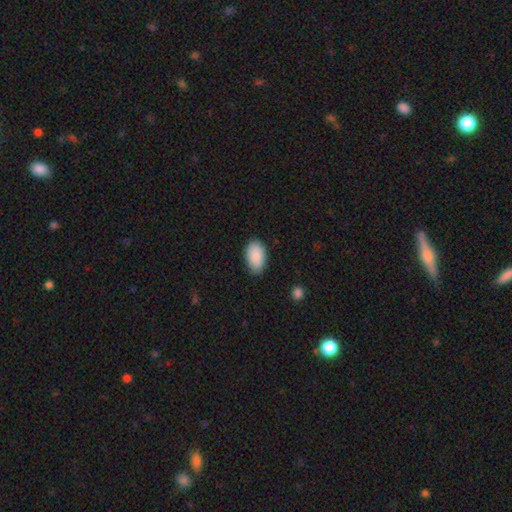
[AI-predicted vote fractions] A smooth galaxy with no disk features (90%) that is in between round and cigar-shaped (94%).

Vote fractions:
- Smooth or featured? smooth: 90% / star or artifact: 6% / featured or disk: 4%
- How rounded? in between: 94% / round: 4% / cigar-shaped: 1%
- Merging? none: 82% / minor disturbance: 14% / major disturbance: 3% / merger: 1%